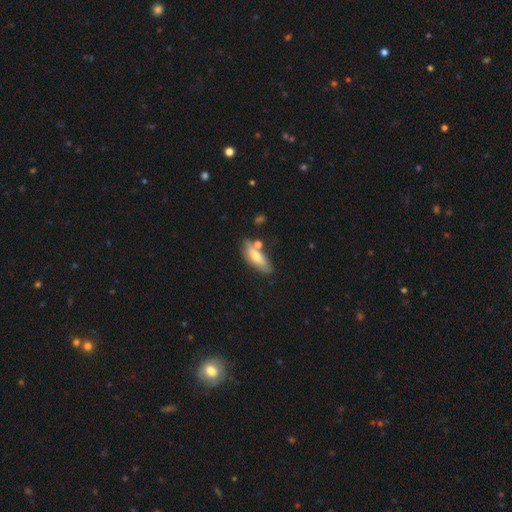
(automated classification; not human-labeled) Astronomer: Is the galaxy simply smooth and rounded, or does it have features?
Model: smooth — 68%.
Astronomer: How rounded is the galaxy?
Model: in between — 59% (runner-up: cigar-shaped, 38%).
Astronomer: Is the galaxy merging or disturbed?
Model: none — 64%.